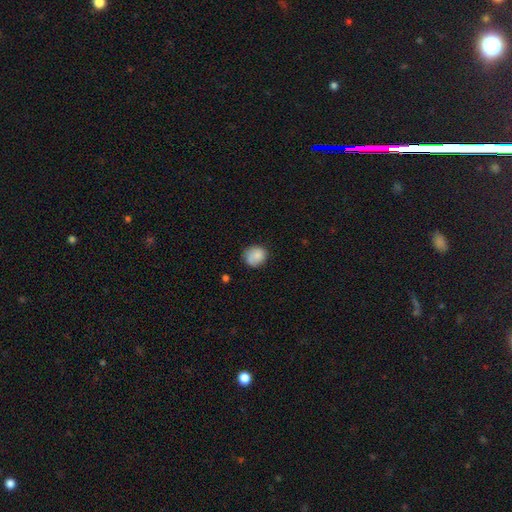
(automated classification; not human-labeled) Smooth or featured: smooth — 82% (featured or disk — 10%)
How rounded: round — 75% (in between — 24%)
Merging: none — 67% (minor disturbance — 23%)